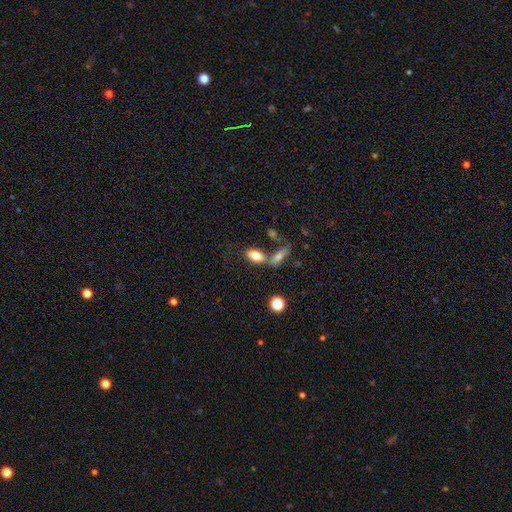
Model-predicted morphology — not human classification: Smooth or featured? smooth (78%)
How rounded? in between (88%)
Merging? none (47%)